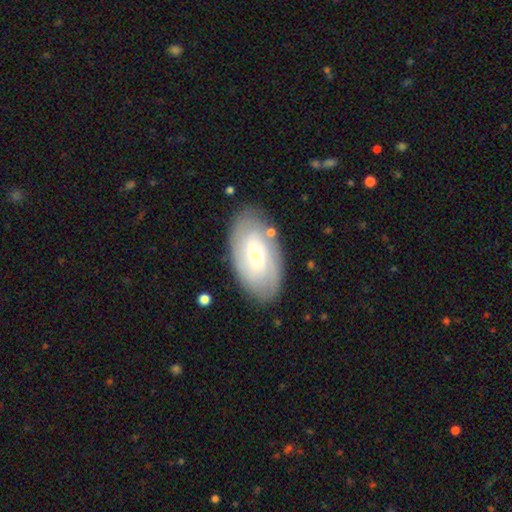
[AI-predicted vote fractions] This is likely a featured or disk galaxy (63%). It is clearly not viewed edge-on (93%). Bar: likely no (72%). Spiral arm pattern: likely yes (76%). Central bulge: possibly small (54%). Merging: clearly none (80%).